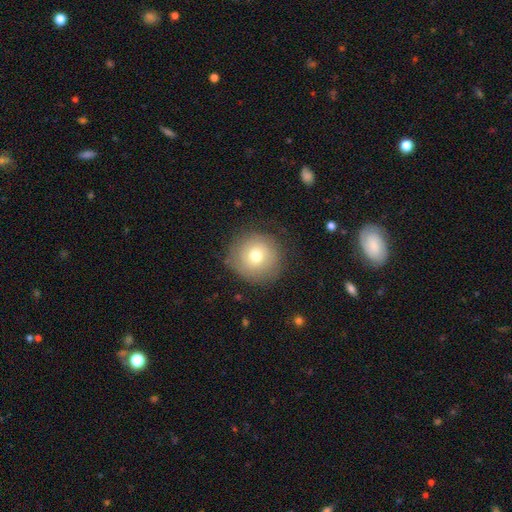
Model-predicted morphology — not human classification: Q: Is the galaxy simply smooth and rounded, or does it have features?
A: smooth — 70%.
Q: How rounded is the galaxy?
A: round — 95%.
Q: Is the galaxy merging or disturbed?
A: none — 81%.